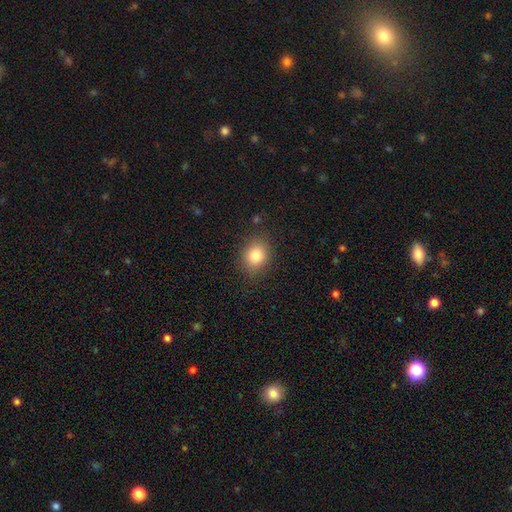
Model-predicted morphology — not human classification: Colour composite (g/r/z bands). It shows a smooth galaxy with no disk features (82%) that is round (60%). Merging: none (85%).